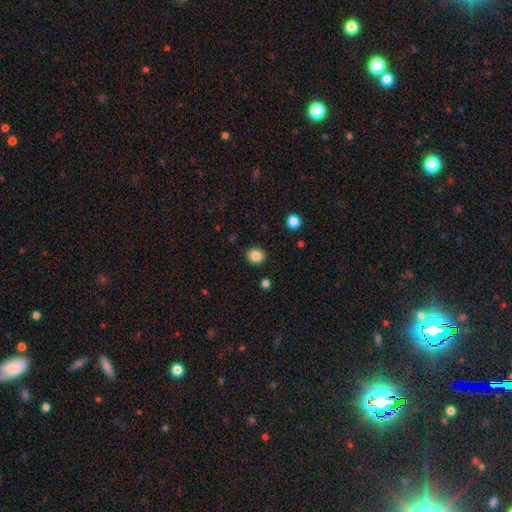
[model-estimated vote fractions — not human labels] smooth 85%, star or artifact 10%, featured or disk 5%. Down the decision tree: how rounded — round (77%); merging — none (90%).